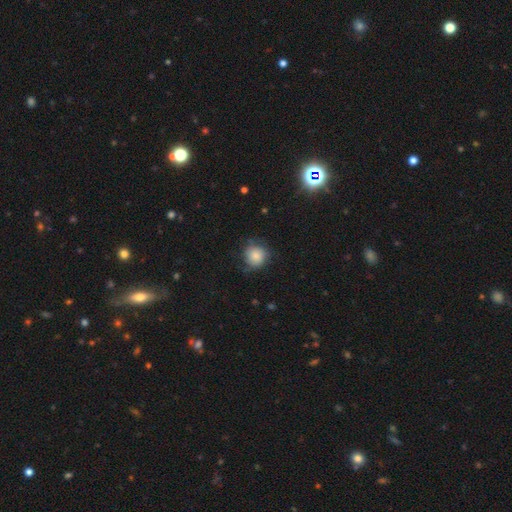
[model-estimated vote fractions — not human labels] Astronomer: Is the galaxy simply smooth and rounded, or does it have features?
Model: smooth — 76%.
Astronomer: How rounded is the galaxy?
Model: round — 87%.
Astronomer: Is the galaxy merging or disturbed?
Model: none — 63%.